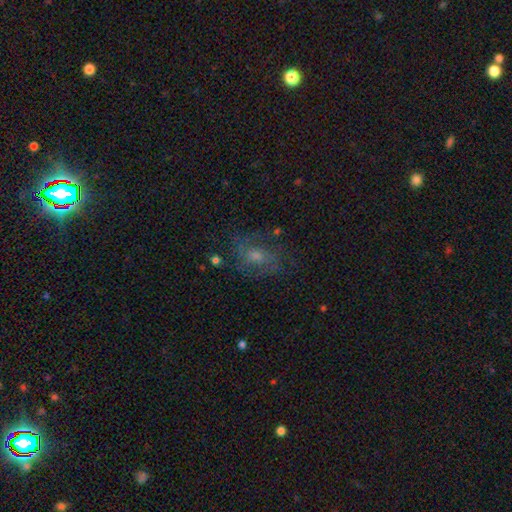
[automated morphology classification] Smooth or featured? Predicted: featured or disk (p=0.57). Edge-on disk? Predicted: no (p=0.95). Bar? Predicted: no (p=0.63). Spiral arms? Predicted: yes (p=0.78). Bulge size? Predicted: moderate (p=0.48). Merging? Predicted: none (p=0.65).